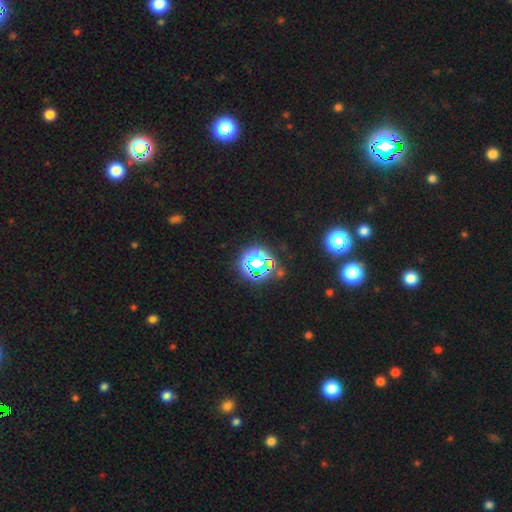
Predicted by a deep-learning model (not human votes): This is possibly a star or artifact rather than a galaxy (60%).